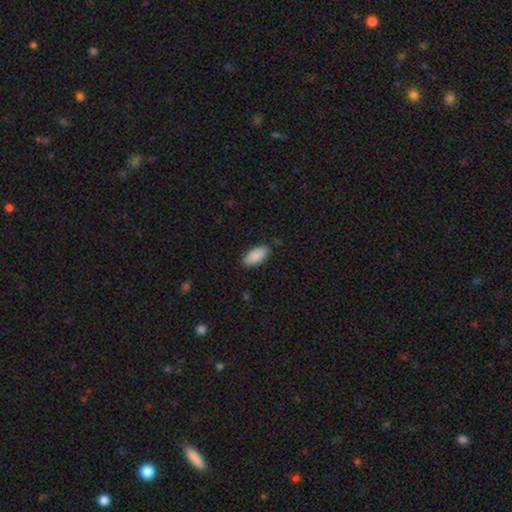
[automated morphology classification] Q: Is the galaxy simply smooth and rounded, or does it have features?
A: smooth — 89%.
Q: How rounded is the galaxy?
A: in between — 92%.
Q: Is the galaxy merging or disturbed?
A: none — 85%.